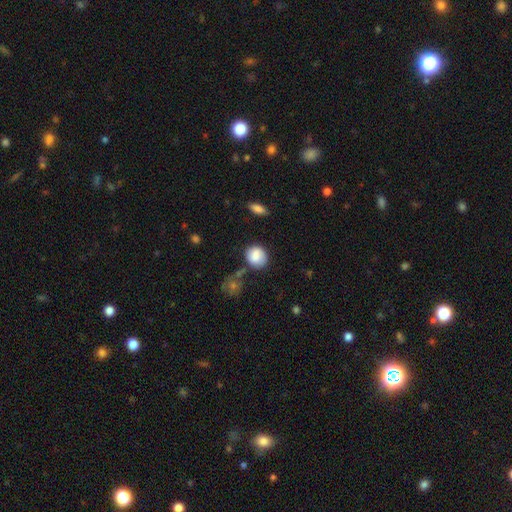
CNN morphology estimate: smooth-or-featured: smooth: 83% | featured or disk: 10% | star or artifact: 8%
  how-rounded: round: 73% | in between: 26% | cigar-shaped: 1%
  merging: none: 71% | minor disturbance: 19% | merger: 6% | major disturbance: 5%